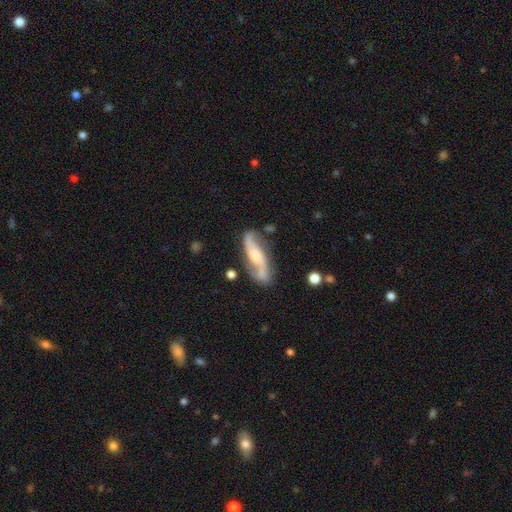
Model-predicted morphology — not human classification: smooth_or_featured: featured or disk (p=0.79) [alt: smooth p=0.15]
disk_edge_on: no (p=0.87) [alt: yes p=0.13]
bar: no (p=0.45) [alt: weak p=0.34]
has_spiral_arms: yes (p=0.95) [alt: no p=0.05]
spiral_winding: loose (p=0.47) [alt: medium p=0.40]
spiral_arm_count: 2 (p=0.90) [alt: can't tell p=0.04]
bulge_size: moderate (p=0.41) [alt: small p=0.28]
merging: none (p=0.69) [alt: minor disturbance p=0.18]